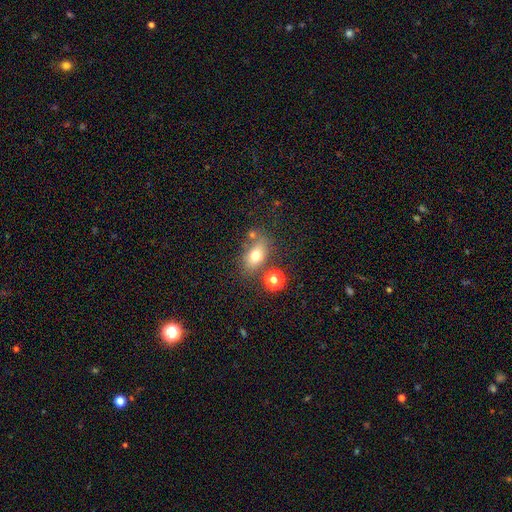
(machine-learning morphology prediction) Smooth or featured?
  - smooth: 72% *
  - featured or disk: 16%
  - star or artifact: 12%
How rounded?
  - in between: 77% *
  - round: 19%
  - cigar-shaped: 4%
Merging?
  - none: 67% *
  - minor disturbance: 15%
  - merger: 12%
  - major disturbance: 6%